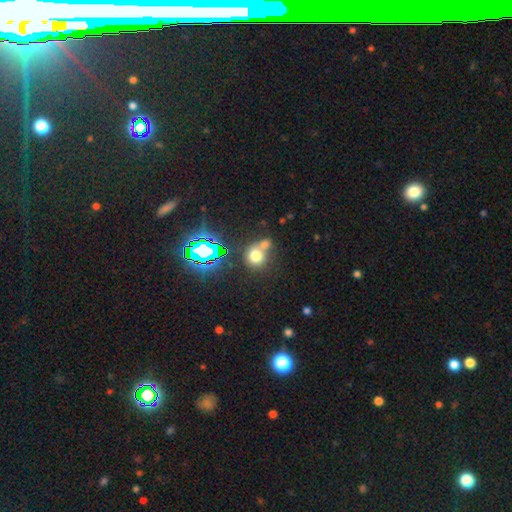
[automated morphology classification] A smooth galaxy with no disk features (68%) that is round (81%). Merging: merger (43%).